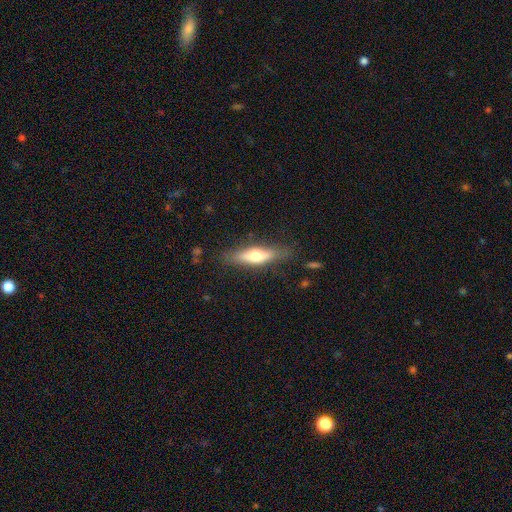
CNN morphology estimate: Smooth or featured? Predicted: smooth (p=0.57). How rounded? Predicted: cigar-shaped (p=0.60). Merging? Predicted: none (p=0.78).